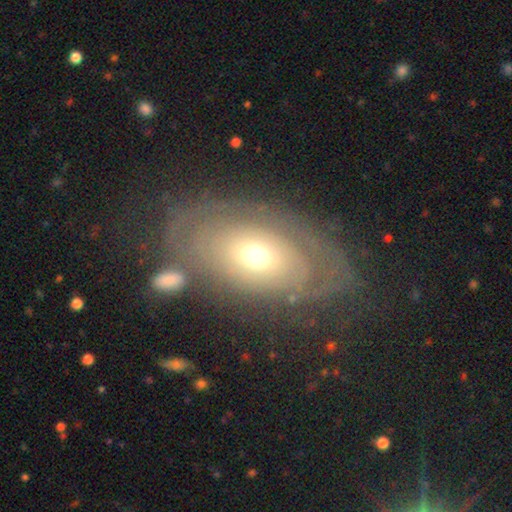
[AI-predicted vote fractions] Smooth or featured? Predicted: featured or disk (p=0.70). Edge-on disk? Predicted: no (p=0.93). Bar? Predicted: no (p=0.86). Spiral arms? Predicted: yes (p=0.62). Bulge size? Predicted: moderate (p=0.66). Merging? Predicted: none (p=0.64).